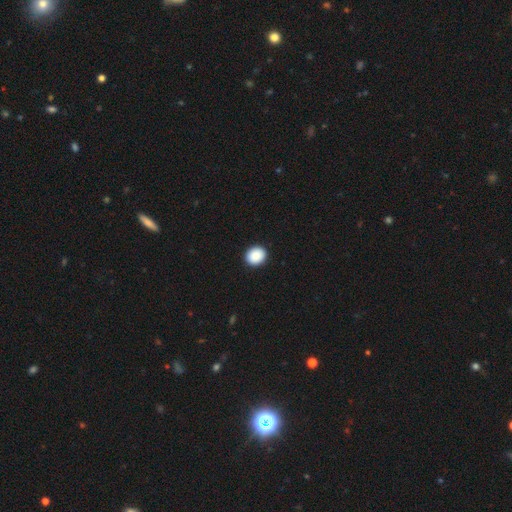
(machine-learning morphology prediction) Smooth or featured?
  - smooth: 90% *
  - star or artifact: 8%
  - featured or disk: 2%
How rounded?
  - round: 73% *
  - in between: 27%
  - cigar-shaped: 1%
Merging?
  - none: 92% *
  - minor disturbance: 5%
  - major disturbance: 2%
  - merger: 1%